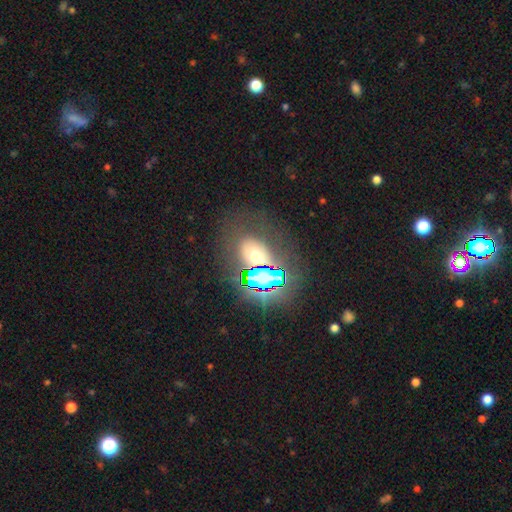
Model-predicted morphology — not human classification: The model was most divided on "smooth or featured": star or artifact: 63%, smooth: 20%, featured or disk: 17%.